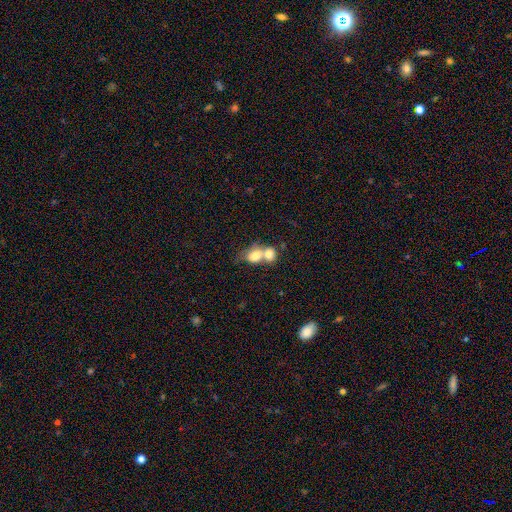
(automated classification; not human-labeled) Smooth or featured? Predicted: smooth (p=0.75). How rounded? Predicted: in between (p=0.68). Merging? Predicted: merger (p=0.73).